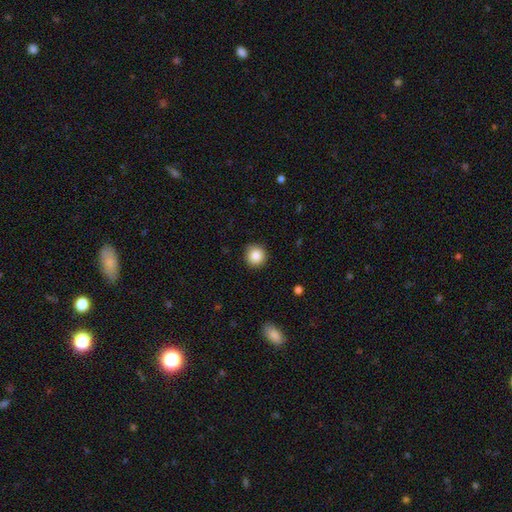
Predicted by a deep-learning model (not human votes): Smooth or featured? smooth (86%)
How rounded? round (94%)
Merging? none (89%)